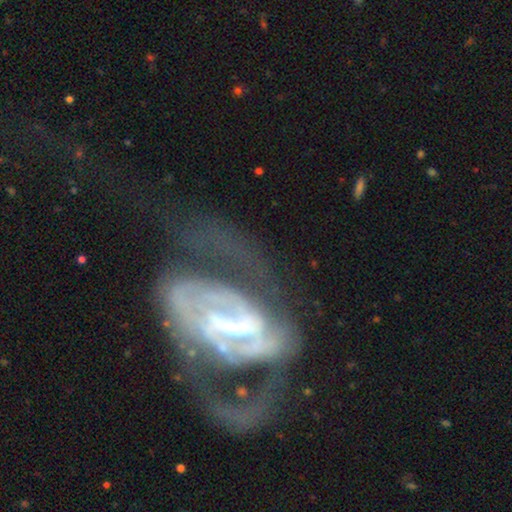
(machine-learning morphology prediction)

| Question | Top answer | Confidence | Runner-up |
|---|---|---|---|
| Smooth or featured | featured or disk | 86% | star or artifact (7%) |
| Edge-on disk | no | 95% | yes (5%) |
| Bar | strong | 44% | weak (35%) |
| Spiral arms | yes | 83% | no (17%) |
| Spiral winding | medium | 42% | tight (34%) |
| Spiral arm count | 2 | 58% | can't tell (23%) |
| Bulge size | small | 61% | moderate (33%) |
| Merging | major disturbance | 43% | none (32%) |